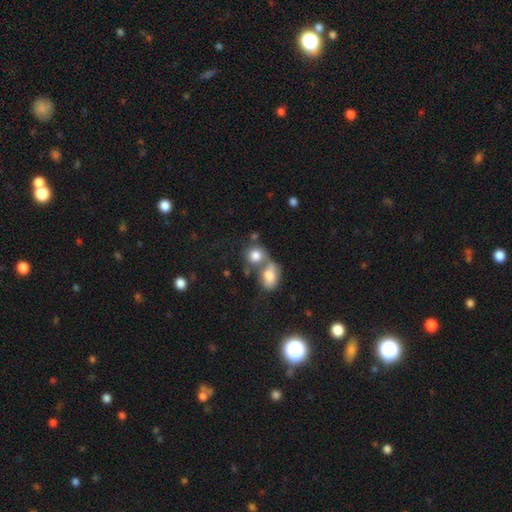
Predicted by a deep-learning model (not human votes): smooth-or-featured: smooth: 79% | featured or disk: 12% | star or artifact: 9%
  how-rounded: round: 70% | in between: 29% | cigar-shaped: 1%
  merging: merger: 54% | none: 31% | minor disturbance: 9% | major disturbance: 6%